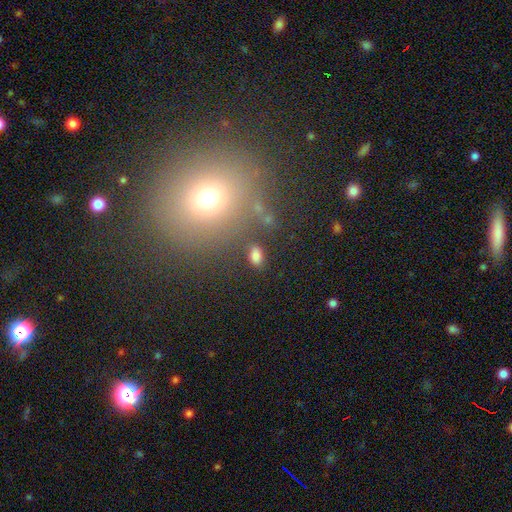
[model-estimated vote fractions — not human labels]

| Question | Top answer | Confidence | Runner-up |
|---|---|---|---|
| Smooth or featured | smooth | 80% | star or artifact (13%) |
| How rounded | in between | 88% | round (10%) |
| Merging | none | 81% | minor disturbance (10%) |